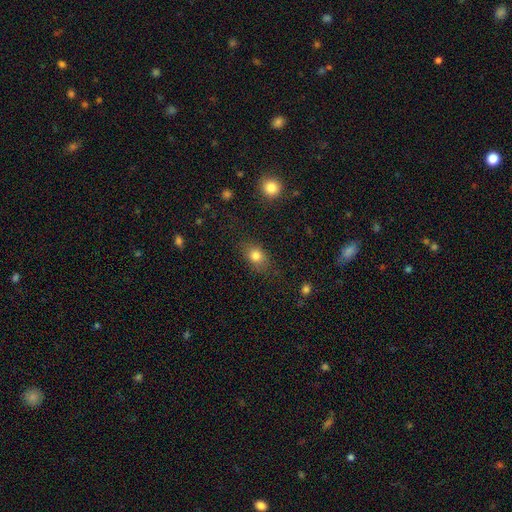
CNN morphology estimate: This appears to be a smooth galaxy with no disk features (80%) that is in between round and cigar-shaped (66%). Merging: none (80%).